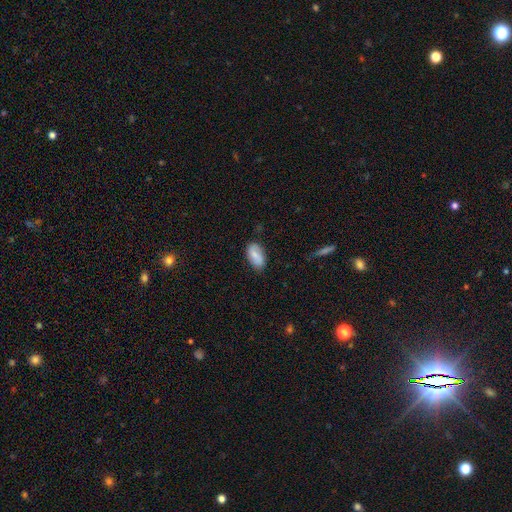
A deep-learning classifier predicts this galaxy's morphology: Smooth or featured? Predicted: smooth (p=0.65). How rounded? Predicted: in between (p=0.93). Merging? Predicted: none (p=0.76).